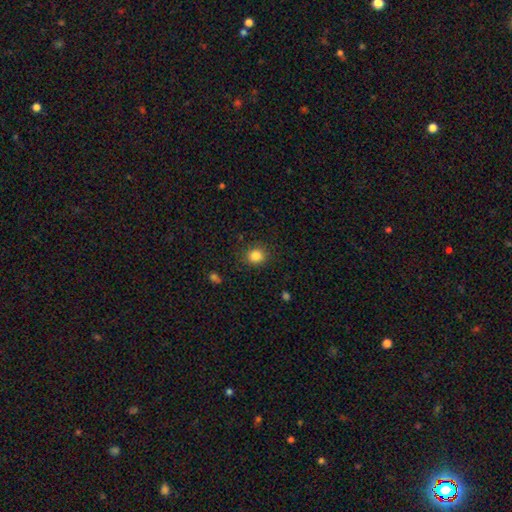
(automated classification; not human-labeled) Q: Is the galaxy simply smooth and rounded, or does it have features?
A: smooth — 84%.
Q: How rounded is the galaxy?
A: round — 80%.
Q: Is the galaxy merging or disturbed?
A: none — 86%.